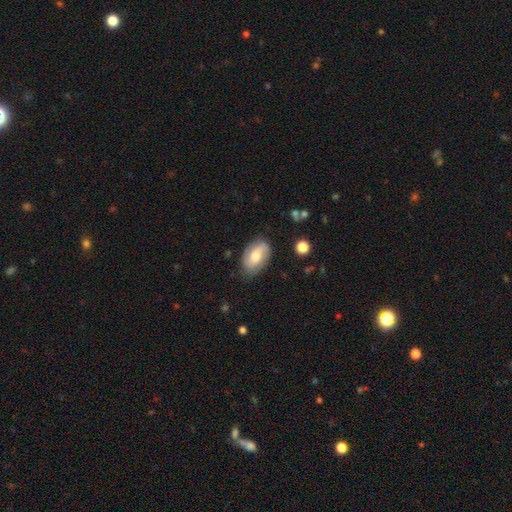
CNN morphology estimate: The model was most divided on "smooth or featured": featured or disk: 49%, smooth: 44%, star or artifact: 7%. More confident: merging — none (74%).